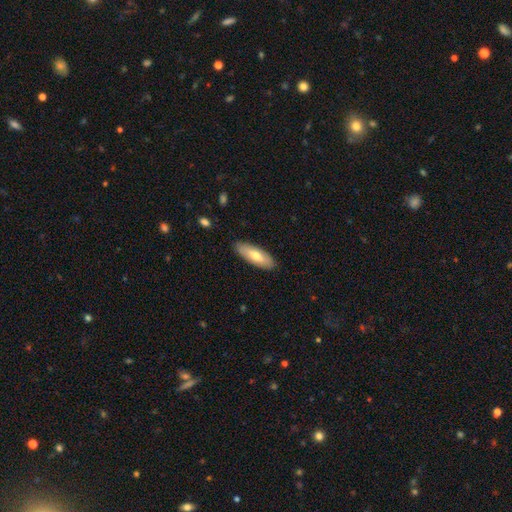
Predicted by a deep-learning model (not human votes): smooth 66%, featured or disk 28%, star or artifact 6%. Down the decision tree: how rounded — in between (65%); merging — none (87%).